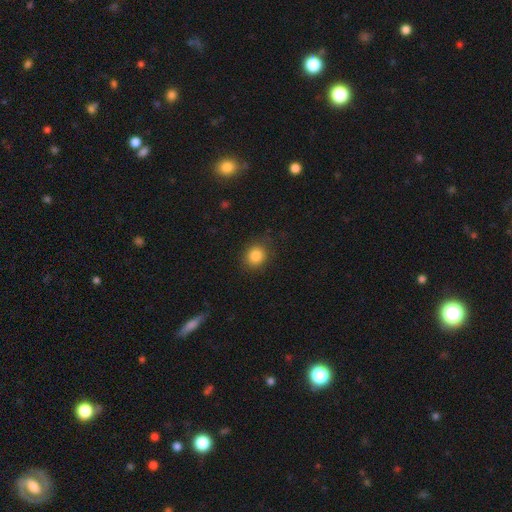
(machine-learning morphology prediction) This is clearly a smooth galaxy (85%). How rounded: likely round (75%). Merging: clearly none (84%).